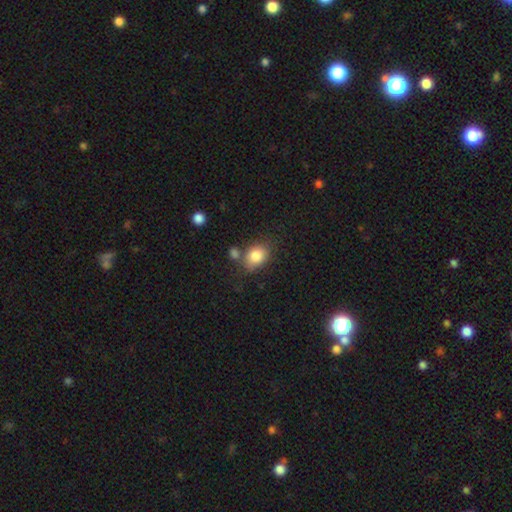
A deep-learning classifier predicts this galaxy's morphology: A smooth galaxy with no disk features (83%) that is in between round and cigar-shaped (61%).

Vote fractions:
- Smooth or featured? smooth: 83% / star or artifact: 9% / featured or disk: 8%
- How rounded? in between: 61% / round: 38% / cigar-shaped: 1%
- Merging? none: 62% / minor disturbance: 17% / merger: 16% / major disturbance: 5%